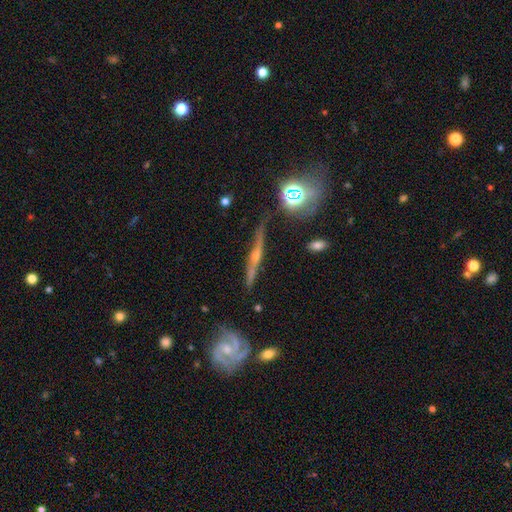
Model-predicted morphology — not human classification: type=featured or disk (77%); edge-on=yes (90%); edge-on bulge=rounded (75%); merging=none (76%).